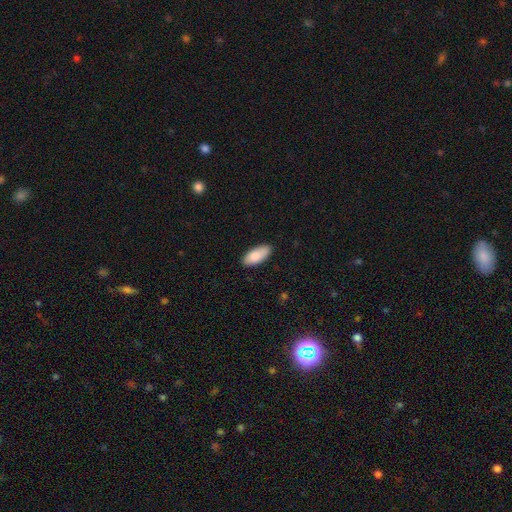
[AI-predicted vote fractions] Q: Smooth or featured?
A: smooth (87%); runner-up: featured or disk (8%)
Q: How rounded?
A: in between (88%); runner-up: cigar-shaped (10%)
Q: Merging?
A: none (87%); runner-up: minor disturbance (10%)